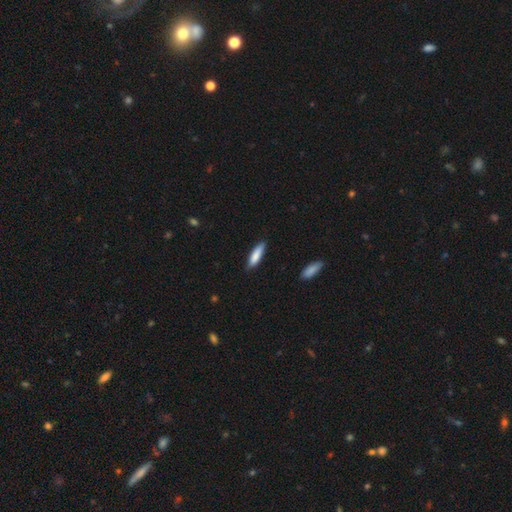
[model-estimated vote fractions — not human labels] smooth 84%, featured or disk 11%, star or artifact 6%. Down the decision tree: how rounded — cigar-shaped (65%); merging — none (84%).